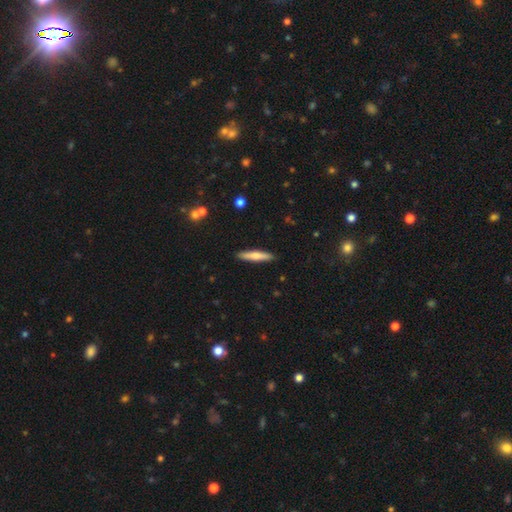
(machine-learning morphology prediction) Smooth or featured? Predicted: smooth (p=0.66). How rounded? Predicted: cigar-shaped (p=0.89). Merging? Predicted: none (p=0.91).